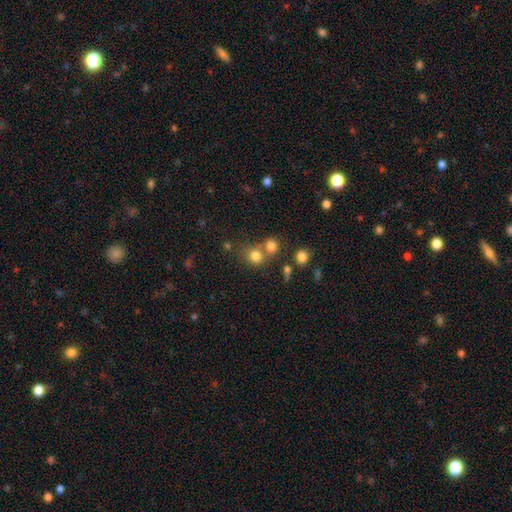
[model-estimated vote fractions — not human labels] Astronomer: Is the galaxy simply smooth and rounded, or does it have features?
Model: smooth — 77%.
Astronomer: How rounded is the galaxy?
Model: round — 81%.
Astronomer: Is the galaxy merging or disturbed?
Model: none — 53% (runner-up: merger, 34%).